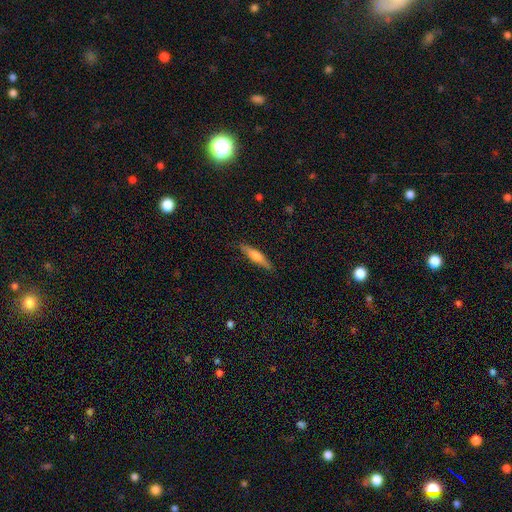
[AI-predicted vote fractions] The model was most divided on "smooth or featured": smooth: 56%, featured or disk: 38%, star or artifact: 6%. More confident: merging — none (87%); how rounded — cigar-shaped (85%).